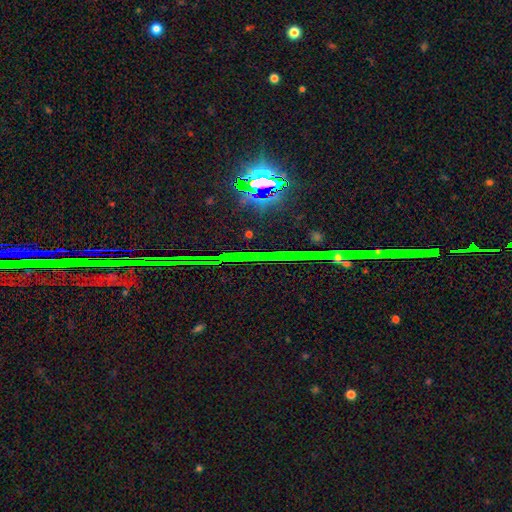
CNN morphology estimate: The model was most divided on "smooth or featured": star or artifact: 86%, featured or disk: 7%, smooth: 7%.